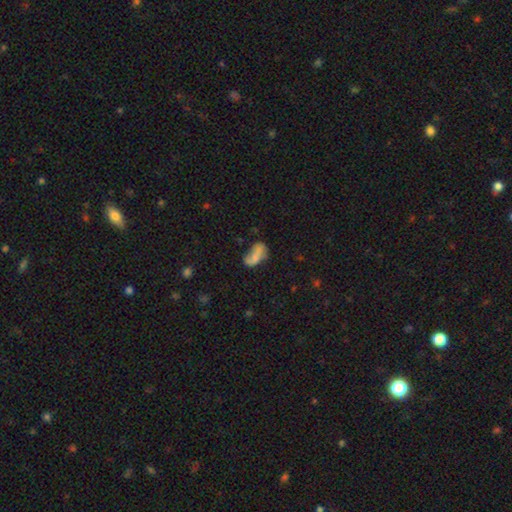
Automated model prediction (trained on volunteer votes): smooth-or-featured: smooth: 55% | featured or disk: 35% | star or artifact: 10%
  how-rounded: in between: 90% | round: 5% | cigar-shaped: 4%
  merging: none: 41% | minor disturbance: 31% | major disturbance: 21% | merger: 7%